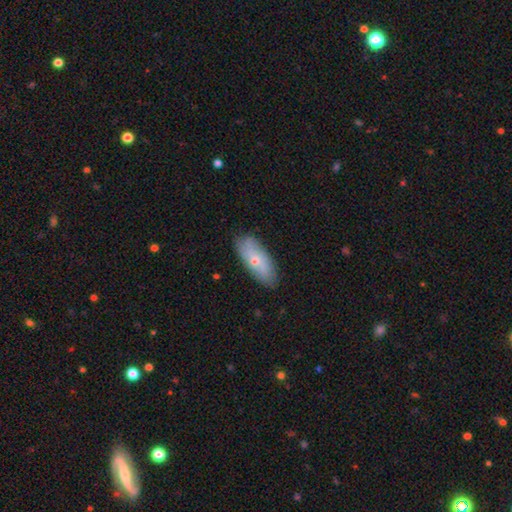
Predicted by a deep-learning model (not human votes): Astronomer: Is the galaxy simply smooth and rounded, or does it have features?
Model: smooth — 56% (runner-up: featured or disk, 37%).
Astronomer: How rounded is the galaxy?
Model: in between — 76%.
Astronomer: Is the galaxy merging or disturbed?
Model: none — 84%.